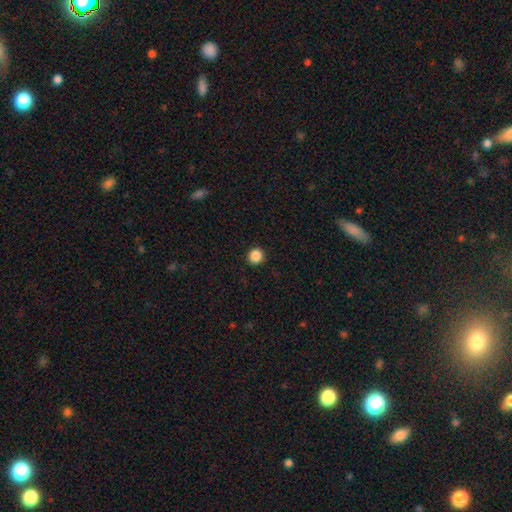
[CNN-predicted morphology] This appears to be a smooth galaxy with no disk features (87%) that is round (93%). Merging: none (92%).